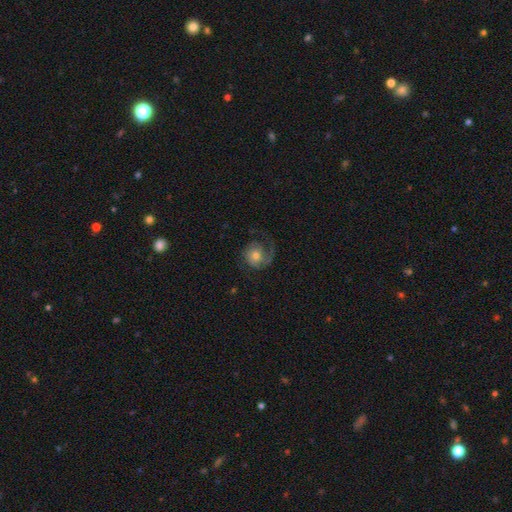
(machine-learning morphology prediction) Smooth or featured: featured or disk — 66% (smooth — 27%)
Edge-on disk: no — 98% (yes — 2%)
Bar: no — 77% (weak — 20%)
Spiral arms: yes — 91% (no — 9%)
Spiral winding: medium — 41% (loose — 31%)
Spiral arm count: 1 — 53% (2 — 37%)
Bulge size: moderate — 59% (small — 30%)
Merging: none — 55% (major disturbance — 25%)